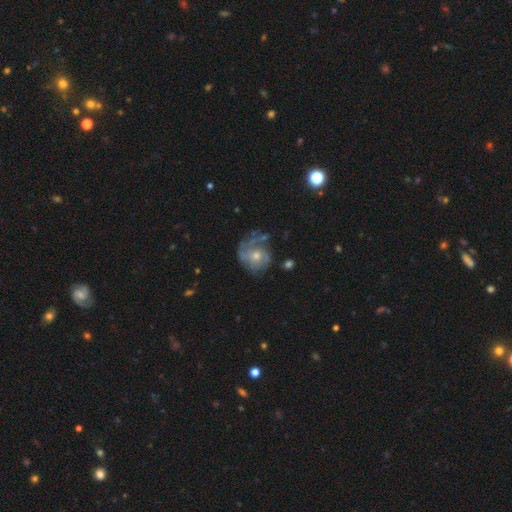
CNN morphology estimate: Smooth or featured? Predicted: featured or disk (p=0.74). Edge-on disk? Predicted: no (p=0.97). Bar? Predicted: no (p=0.76). Spiral arms? Predicted: yes (p=0.88). Spiral winding? Predicted: tight (p=0.48). Spiral arm count? Predicted: can't tell (p=0.35). Bulge size? Predicted: moderate (p=0.53). Merging? Predicted: none (p=0.57).